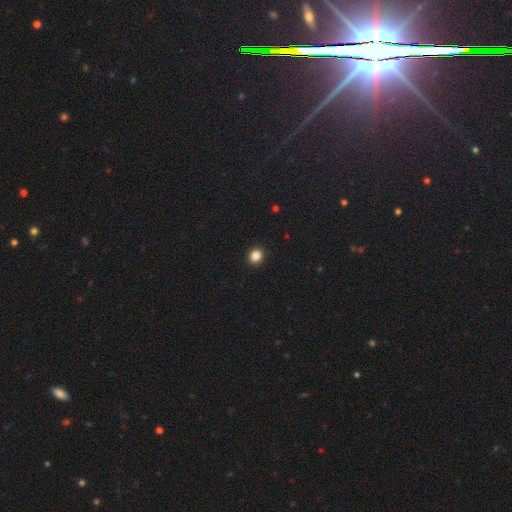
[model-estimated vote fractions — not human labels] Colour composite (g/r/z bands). It shows a smooth galaxy with no disk features (86%) that is round (82%). Merging: none (93%).